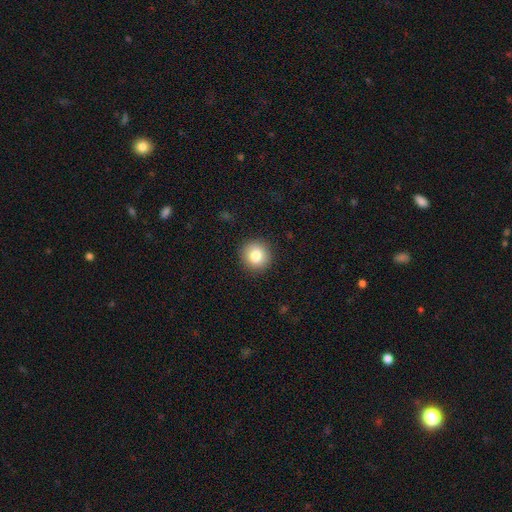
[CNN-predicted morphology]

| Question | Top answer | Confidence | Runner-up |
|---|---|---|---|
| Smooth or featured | smooth | 82% | star or artifact (9%) |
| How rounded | round | 93% | in between (6%) |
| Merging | none | 92% | minor disturbance (6%) |